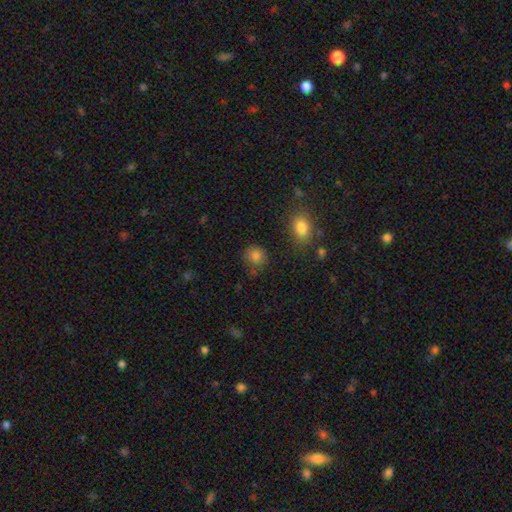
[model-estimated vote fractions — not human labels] smooth-or-featured: smooth: 81% | star or artifact: 12% | featured or disk: 7%
  how-rounded: round: 83% | in between: 16% | cigar-shaped: 1%
  merging: none: 73% | minor disturbance: 16% | merger: 6% | major disturbance: 5%